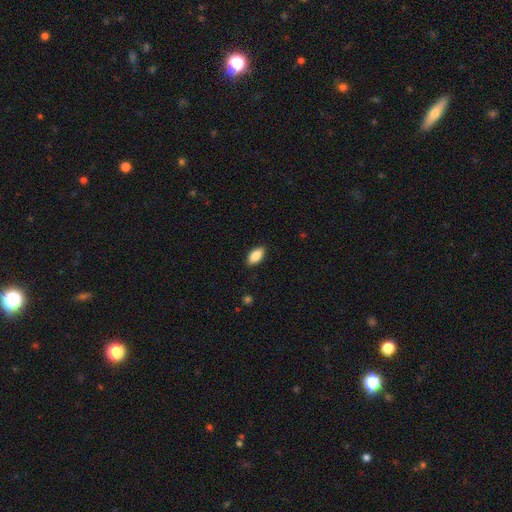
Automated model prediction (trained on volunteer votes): Smooth or featured?
  - smooth: 85% *
  - featured or disk: 8%
  - star or artifact: 7%
How rounded?
  - in between: 90% *
  - cigar-shaped: 7%
  - round: 3%
Merging?
  - none: 88% *
  - minor disturbance: 9%
  - major disturbance: 2%
  - merger: 1%